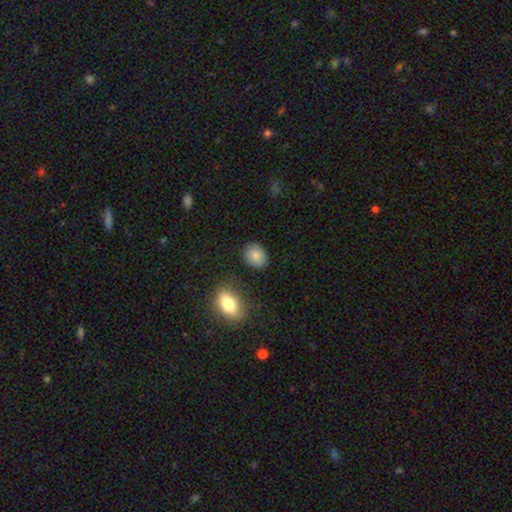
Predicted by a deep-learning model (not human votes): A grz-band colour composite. It shows a smooth galaxy with no disk features (84%) that is in between round and cigar-shaped (50%). Merging: none (81%).